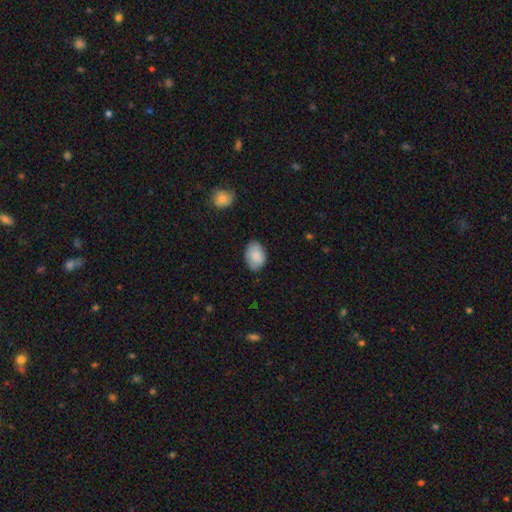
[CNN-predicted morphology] Q: Smooth or featured?
A: smooth (87%); runner-up: featured or disk (7%)
Q: How rounded?
A: in between (84%); runner-up: round (15%)
Q: Merging?
A: none (77%); runner-up: minor disturbance (19%)